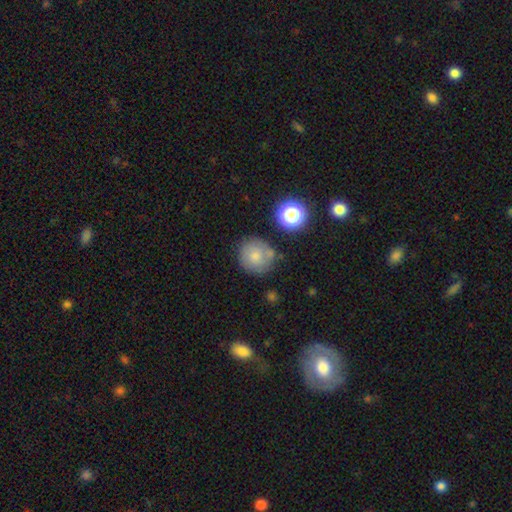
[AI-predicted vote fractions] smooth-or-featured: smooth: 71% | featured or disk: 19% | star or artifact: 10%
  how-rounded: round: 91% | in between: 8% | cigar-shaped: 1%
  merging: none: 67% | minor disturbance: 17% | merger: 9% | major disturbance: 6%